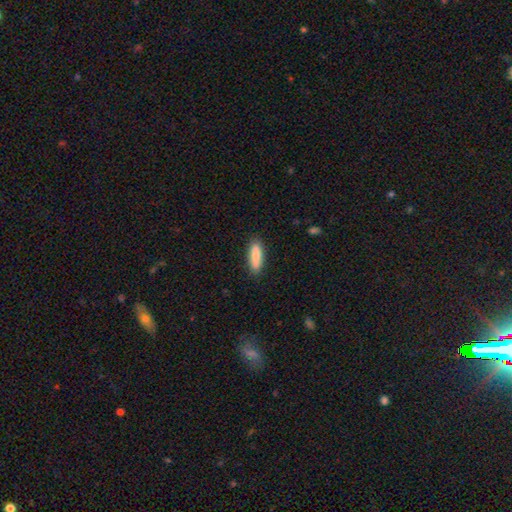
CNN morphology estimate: A smooth galaxy with no disk features (86%) that is cigar-shaped (62%). Merging: none (86%).